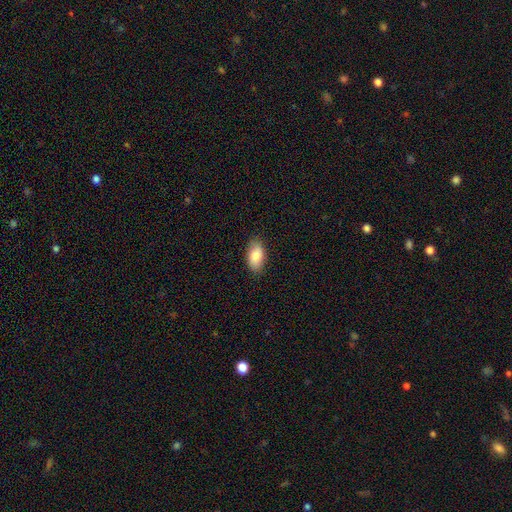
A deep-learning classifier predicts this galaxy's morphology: The model was most divided on "smooth or featured": smooth: 83%, featured or disk: 11%, star or artifact: 7%. More confident: how rounded — in between (93%); merging — none (87%).